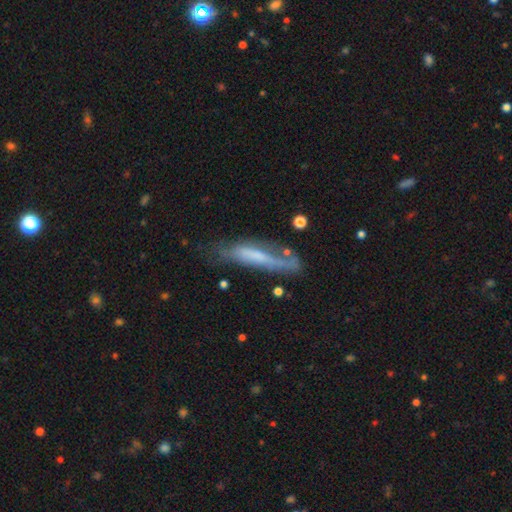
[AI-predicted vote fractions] This appears to be a smooth galaxy with no disk features (47%). Merging: none (46%).